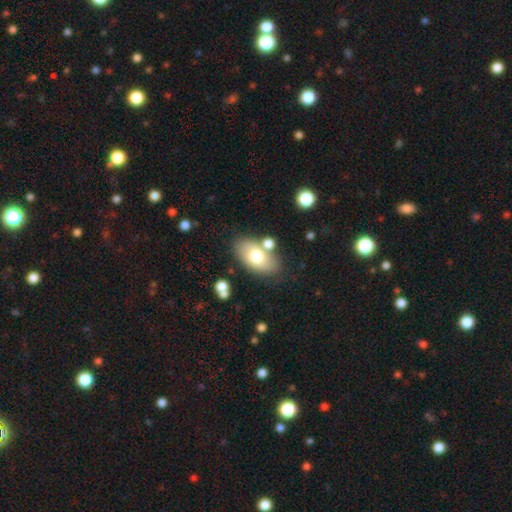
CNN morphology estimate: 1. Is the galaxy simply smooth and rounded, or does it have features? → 69% smooth, 20% featured or disk, 11% star or artifact.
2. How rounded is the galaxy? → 90% in between, 8% round, 3% cigar-shaped.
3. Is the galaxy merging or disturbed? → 73% none, 12% minor disturbance, 11% merger, 3% major disturbance.